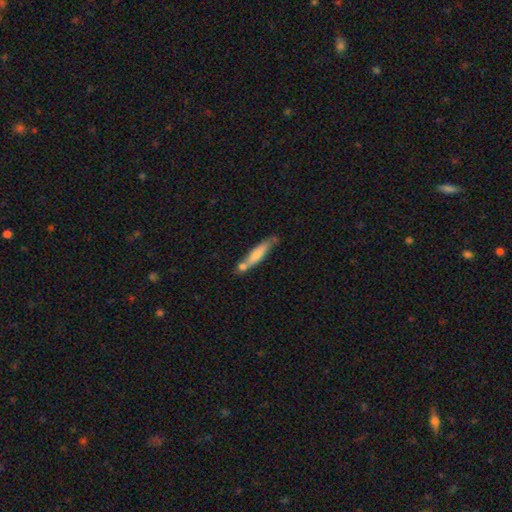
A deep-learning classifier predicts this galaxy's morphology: Smooth or featured: smooth — 68% (featured or disk — 26%)
How rounded: cigar-shaped — 85% (in between — 13%)
Merging: none — 52% (merger — 25%)